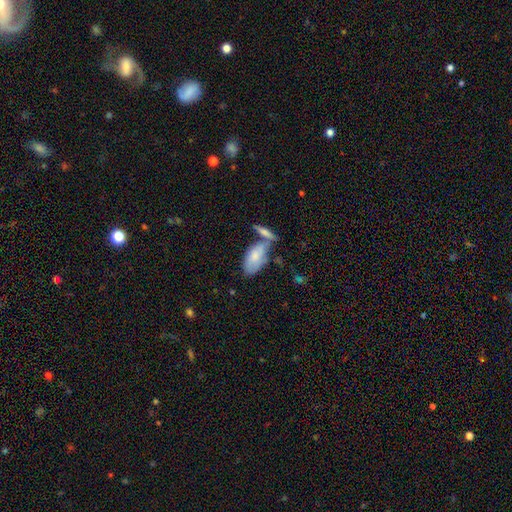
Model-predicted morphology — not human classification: The model was most divided on "merging": merger: 40%, none: 36%, minor disturbance: 17%, major disturbance: 7%. More confident: how rounded — in between (90%); smooth or featured — smooth (72%).